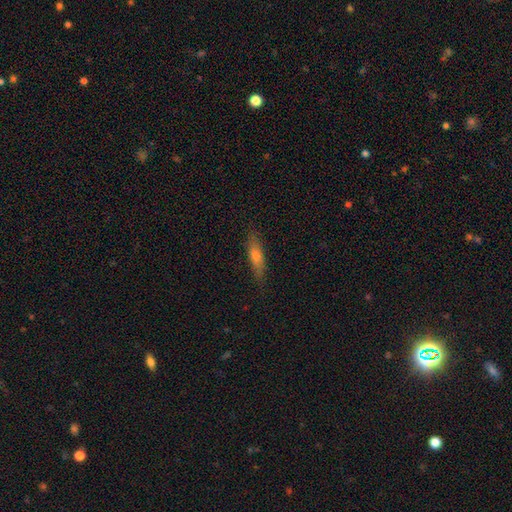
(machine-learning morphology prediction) This appears to be a smooth galaxy with no disk features (55%) that is cigar-shaped (76%). Merging: none (84%).